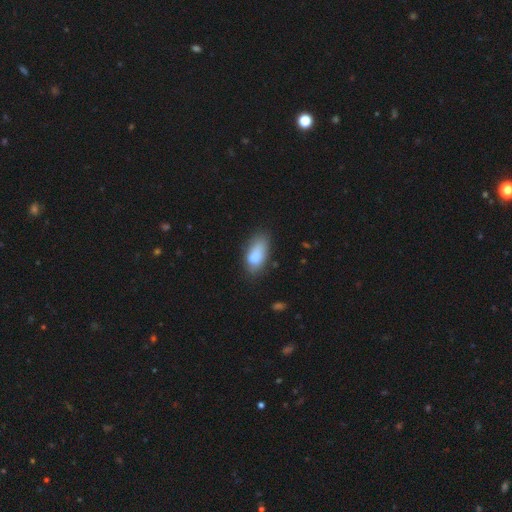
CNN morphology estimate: Smooth or featured?
  - smooth: 83% *
  - featured or disk: 10%
  - star or artifact: 7%
How rounded?
  - in between: 90% *
  - cigar-shaped: 6%
  - round: 3%
Merging?
  - none: 57% *
  - minor disturbance: 30%
  - major disturbance: 9%
  - merger: 4%